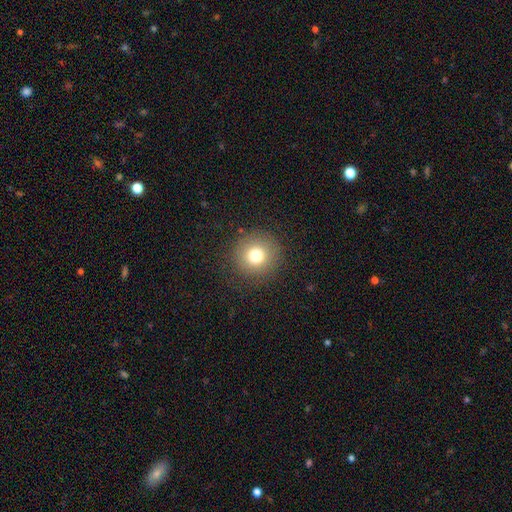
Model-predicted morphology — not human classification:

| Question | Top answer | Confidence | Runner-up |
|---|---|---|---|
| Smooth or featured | smooth | 76% | star or artifact (14%) |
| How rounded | round | 94% | in between (5%) |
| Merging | none | 89% | minor disturbance (7%) |